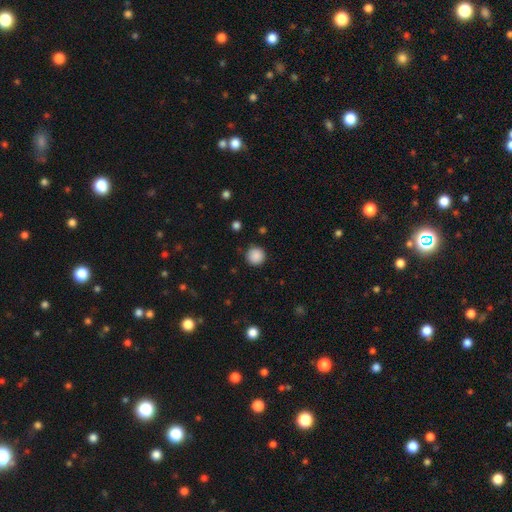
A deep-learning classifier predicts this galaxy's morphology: type=smooth (88%); roundness=round (95%); merging=none (89%).